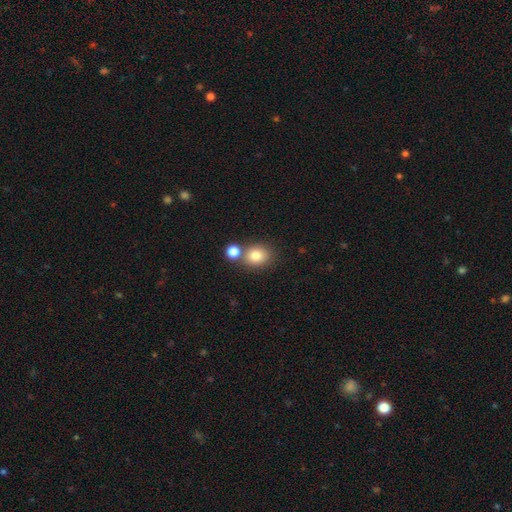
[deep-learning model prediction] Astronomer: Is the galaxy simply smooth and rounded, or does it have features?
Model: smooth — 80%.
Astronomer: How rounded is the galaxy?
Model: round — 67%.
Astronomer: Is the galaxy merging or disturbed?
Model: none — 63%.